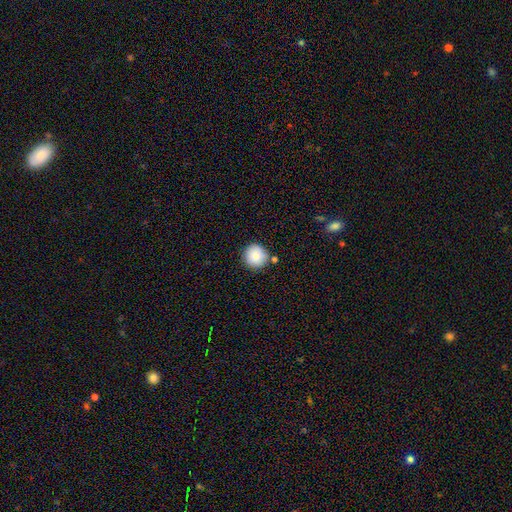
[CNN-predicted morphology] Smooth or featured?
  - smooth: 84% *
  - star or artifact: 9%
  - featured or disk: 7%
How rounded?
  - round: 95% *
  - in between: 4%
  - cigar-shaped: 1%
Merging?
  - none: 81% *
  - minor disturbance: 10%
  - merger: 6%
  - major disturbance: 2%